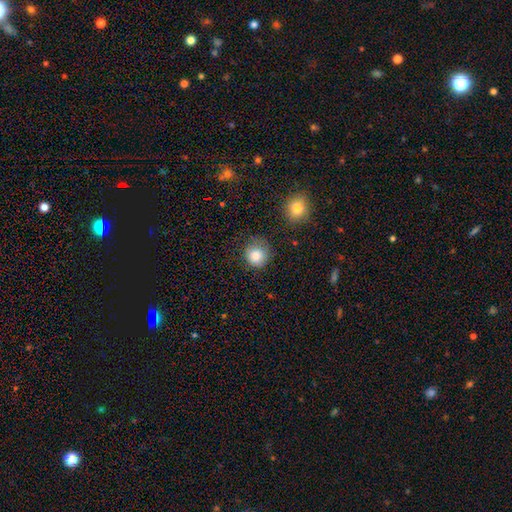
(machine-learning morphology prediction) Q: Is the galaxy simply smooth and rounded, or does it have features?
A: smooth — 84%.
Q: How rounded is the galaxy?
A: round — 90%.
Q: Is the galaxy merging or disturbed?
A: none — 74%.